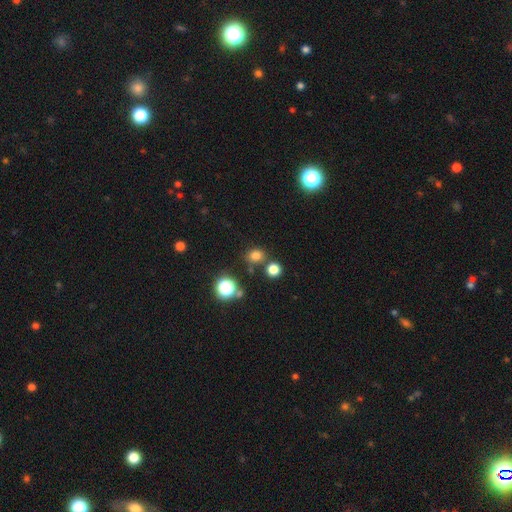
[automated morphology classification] A smooth galaxy with no disk features (75%) that is round (68%).

Vote fractions:
- Smooth or featured? smooth: 75% / star or artifact: 20% / featured or disk: 5%
- How rounded? round: 68% / in between: 31% / cigar-shaped: 1%
- Merging? none: 74% / merger: 12% / minor disturbance: 11% / major disturbance: 4%